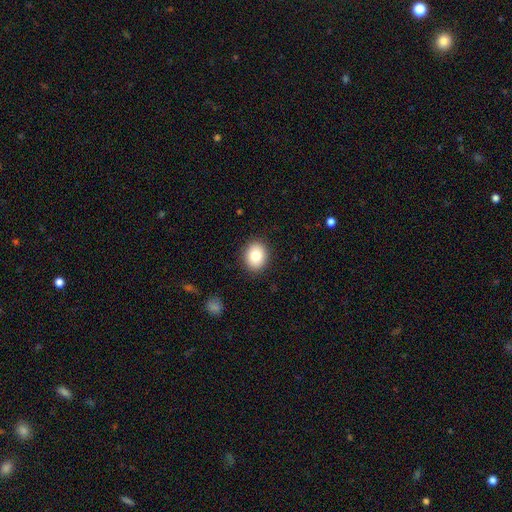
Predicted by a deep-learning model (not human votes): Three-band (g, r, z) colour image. It shows a smooth galaxy with no disk features (82%) that is round (55%). Merging: none (89%).